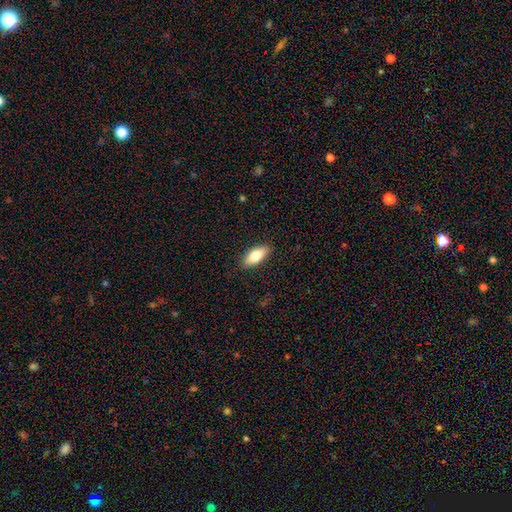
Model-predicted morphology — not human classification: smooth_or_featured: smooth (p=0.78) [alt: featured or disk p=0.16]
how_rounded: in between (p=0.82) [alt: cigar-shaped p=0.16]
merging: none (p=0.88) [alt: minor disturbance p=0.09]